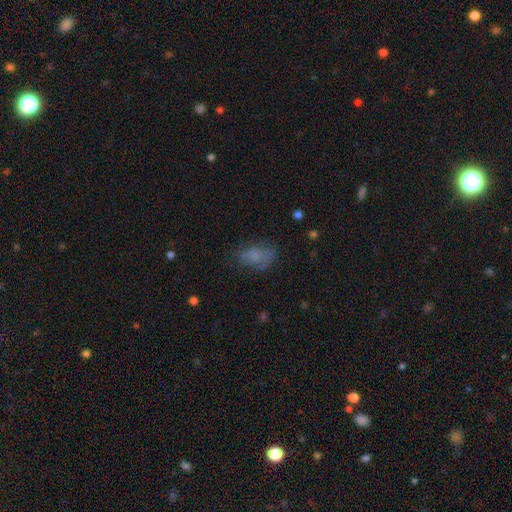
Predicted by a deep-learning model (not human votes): The model was most divided on "merging": none: 55%, minor disturbance: 26%, major disturbance: 17%, merger: 2%. More confident: how rounded — in between (87%); smooth or featured — smooth (69%).